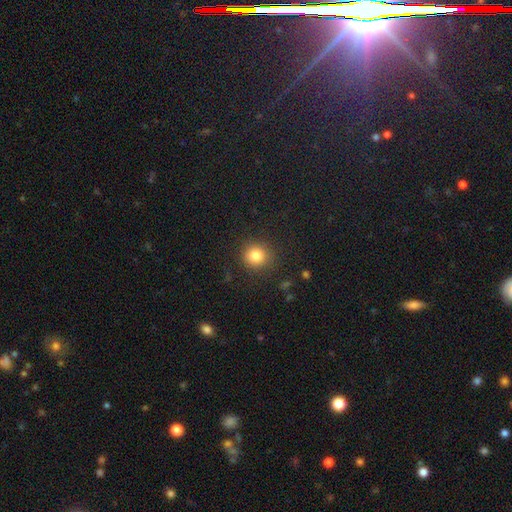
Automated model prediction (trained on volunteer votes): A smooth galaxy with no disk features (82%) that is round (90%).

Vote fractions:
- Smooth or featured? smooth: 82% / star or artifact: 12% / featured or disk: 6%
- How rounded? round: 90% / in between: 9% / cigar-shaped: 1%
- Merging? none: 89% / minor disturbance: 7% / major disturbance: 3% / merger: 1%